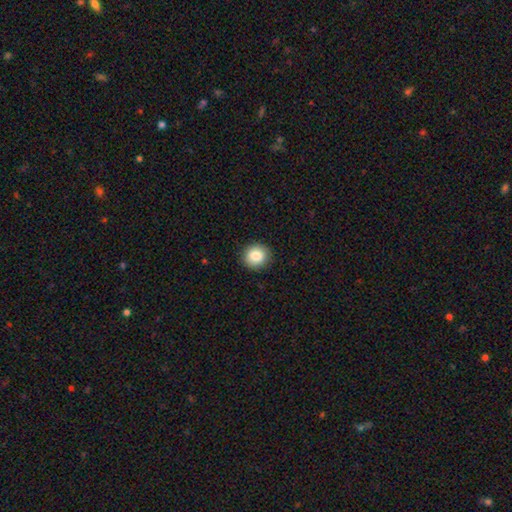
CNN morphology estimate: The model was most divided on "smooth or featured": smooth: 86%, star or artifact: 9%, featured or disk: 6%. More confident: merging — none (92%); how rounded — round (88%).